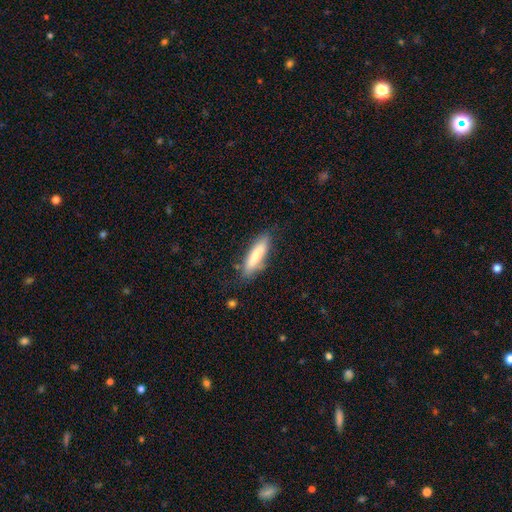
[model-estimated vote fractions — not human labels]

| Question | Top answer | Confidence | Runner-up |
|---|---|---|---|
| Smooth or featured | smooth | 76% | featured or disk (19%) |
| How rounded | cigar-shaped | 64% | in between (34%) |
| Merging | none | 77% | minor disturbance (16%) |